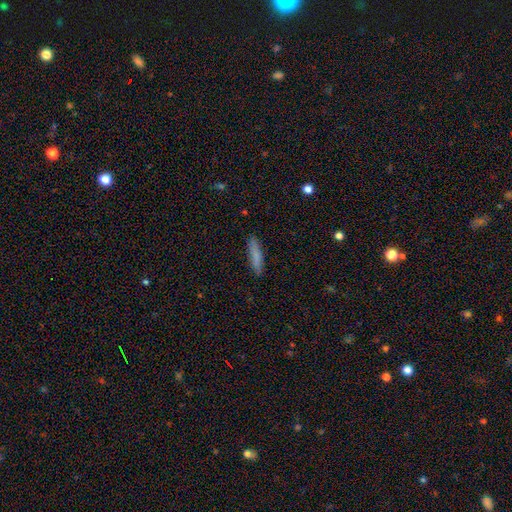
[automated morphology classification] Overall: smooth (81%). How rounded: cigar-shaped (85%). Merging: none (88%).